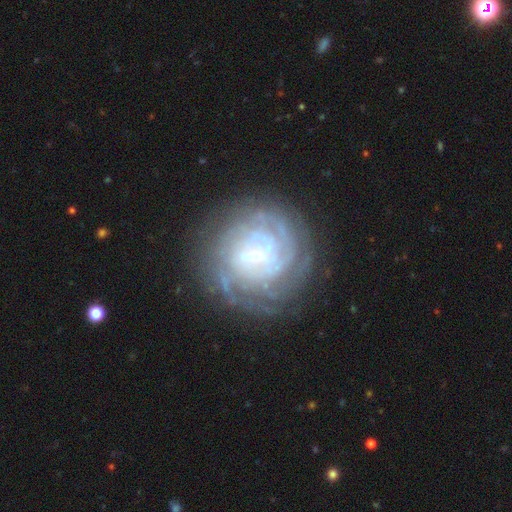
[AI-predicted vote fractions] smooth_or_featured: featured or disk (p=0.85) [alt: smooth p=0.09]
disk_edge_on: no (p=0.97) [alt: yes p=0.03]
bar: weak (p=0.52) [alt: no p=0.25]
has_spiral_arms: yes (p=0.95) [alt: no p=0.05]
spiral_winding: tight (p=0.78) [alt: medium p=0.18]
spiral_arm_count: can't tell (p=0.39) [alt: 4 p=0.19]
bulge_size: small (p=0.64) [alt: moderate p=0.29]
merging: none (p=0.78) [alt: minor disturbance p=0.14]